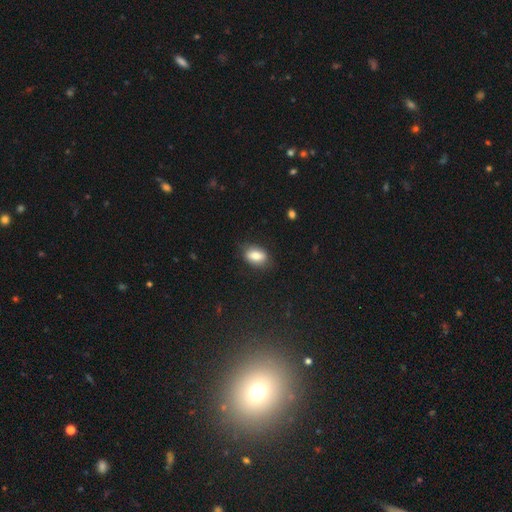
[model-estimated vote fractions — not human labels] Overall: smooth (81%). How rounded: in between (89%). Merging: none (79%).